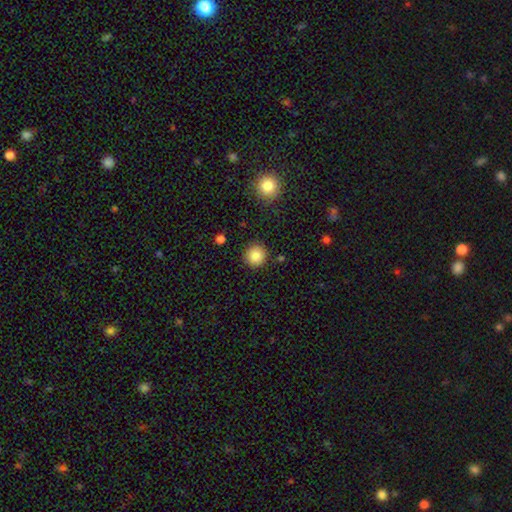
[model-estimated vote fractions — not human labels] Morphology: type=smooth (86%); roundness=round (94%); merging=none (89%).